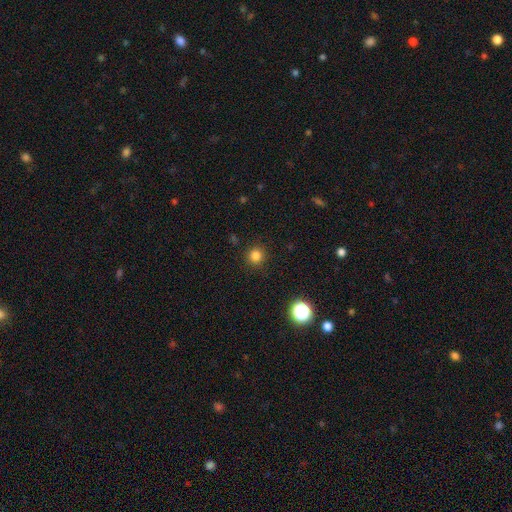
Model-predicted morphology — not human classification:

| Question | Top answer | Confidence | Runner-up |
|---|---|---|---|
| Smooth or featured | smooth | 81% | star or artifact (14%) |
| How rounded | round | 94% | in between (5%) |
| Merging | none | 91% | minor disturbance (6%) |